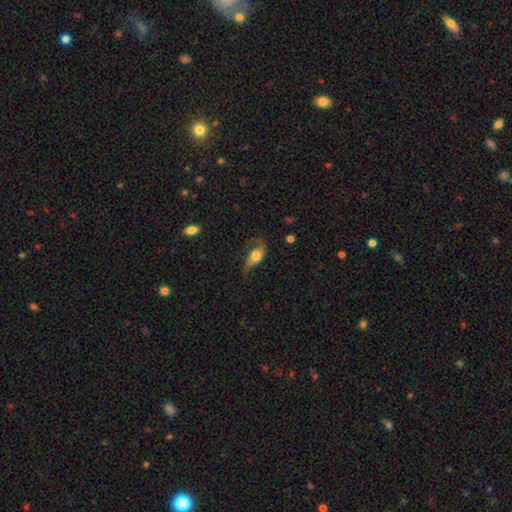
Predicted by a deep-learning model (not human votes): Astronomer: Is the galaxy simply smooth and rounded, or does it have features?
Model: smooth — 55% (runner-up: featured or disk, 37%).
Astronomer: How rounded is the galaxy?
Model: in between — 86%.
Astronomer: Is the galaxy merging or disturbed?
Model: none — 42% (runner-up: minor disturbance, 30%).